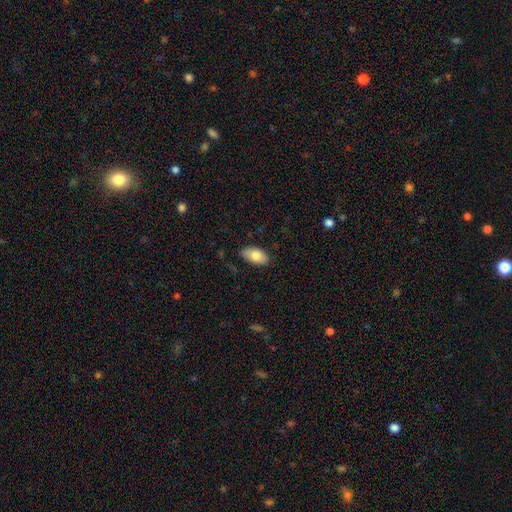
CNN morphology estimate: Smooth or featured?
  - smooth: 80% *
  - featured or disk: 14%
  - star or artifact: 7%
How rounded?
  - in between: 94% *
  - round: 4%
  - cigar-shaped: 2%
Merging?
  - none: 83% *
  - minor disturbance: 13%
  - major disturbance: 2%
  - merger: 1%